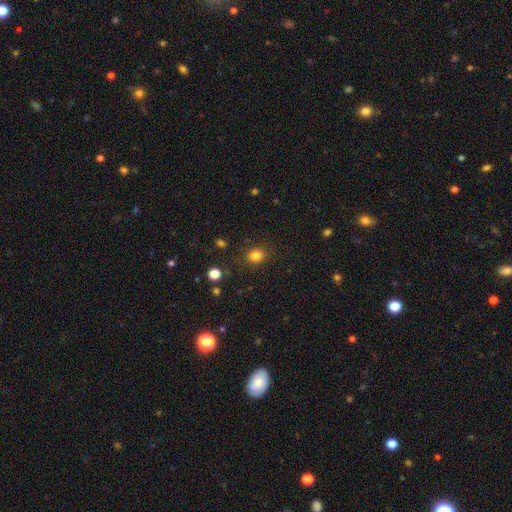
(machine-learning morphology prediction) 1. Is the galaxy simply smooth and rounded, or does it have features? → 82% smooth, 13% star or artifact, 5% featured or disk.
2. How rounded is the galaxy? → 70% round, 29% in between, 1% cigar-shaped.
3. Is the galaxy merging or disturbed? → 84% none, 10% minor disturbance, 4% major disturbance, 2% merger.